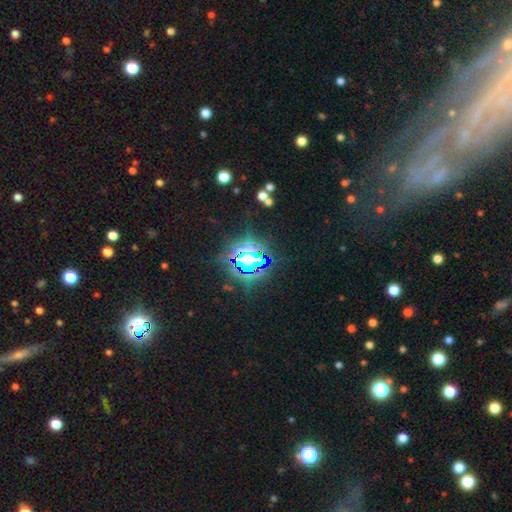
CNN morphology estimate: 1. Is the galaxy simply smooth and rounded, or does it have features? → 79% star or artifact, 13% smooth, 8% featured or disk.